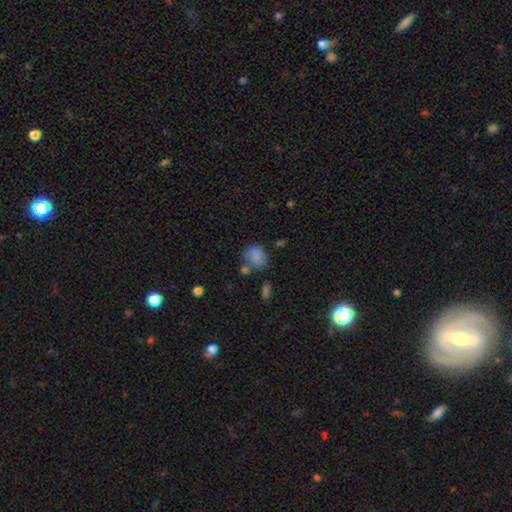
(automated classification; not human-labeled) Morphology: type=smooth (76%); roundness=in between (52%); merging=none (47%).